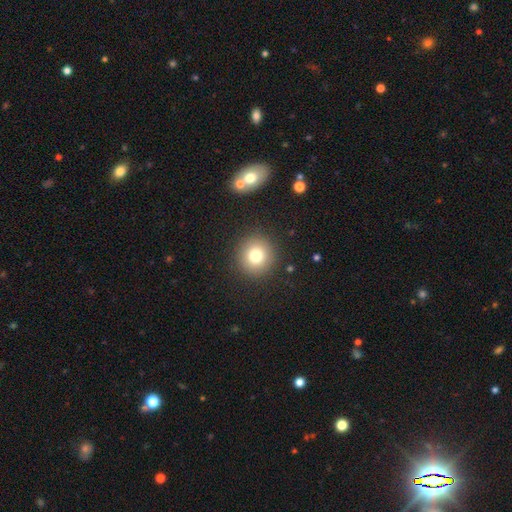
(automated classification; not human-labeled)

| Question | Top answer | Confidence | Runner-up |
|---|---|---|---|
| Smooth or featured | smooth | 77% | star or artifact (13%) |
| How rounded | round | 93% | in between (6%) |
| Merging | none | 90% | minor disturbance (6%) |